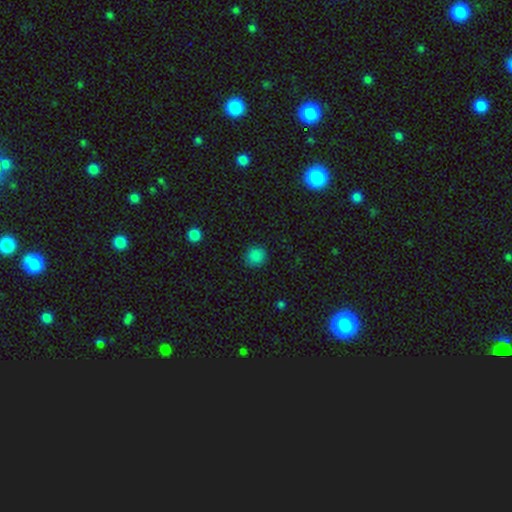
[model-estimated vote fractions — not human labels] This appears to be a smooth galaxy with no disk features (85%) that is round (88%). Merging: none (88%).